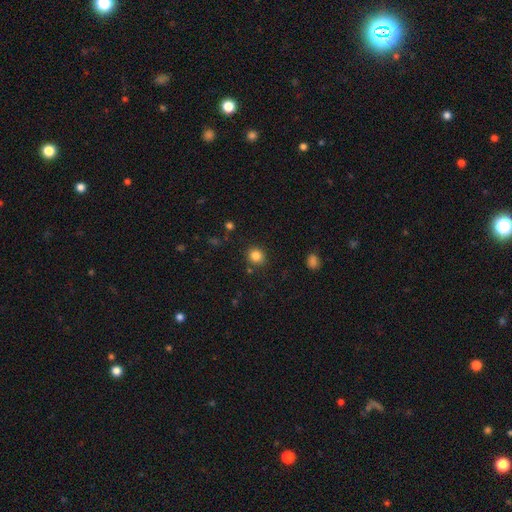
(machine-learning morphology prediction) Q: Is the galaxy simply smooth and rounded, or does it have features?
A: smooth — 84%.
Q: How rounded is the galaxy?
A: round — 84%.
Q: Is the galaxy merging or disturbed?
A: none — 86%.